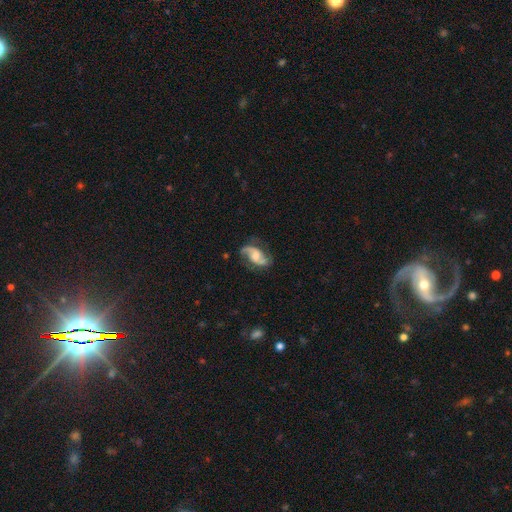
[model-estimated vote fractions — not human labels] featured or disk 83%, smooth 12%, star or artifact 6%. Down the decision tree: edge-on disk — no (97%); bar — no (52%); spiral arms — yes (95%); spiral arm count — 2 (90%); spiral winding — medium (44%); bulge size — moderate (55%); merging — none (74%).